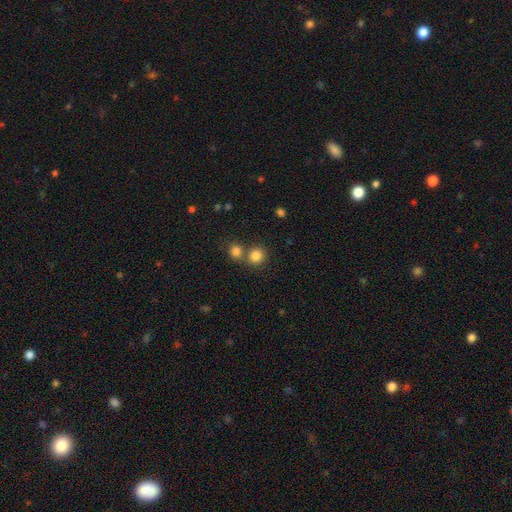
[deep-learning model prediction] smooth 83%, star or artifact 12%, featured or disk 6%. Down the decision tree: how rounded — round (86%); merging — none (59%).